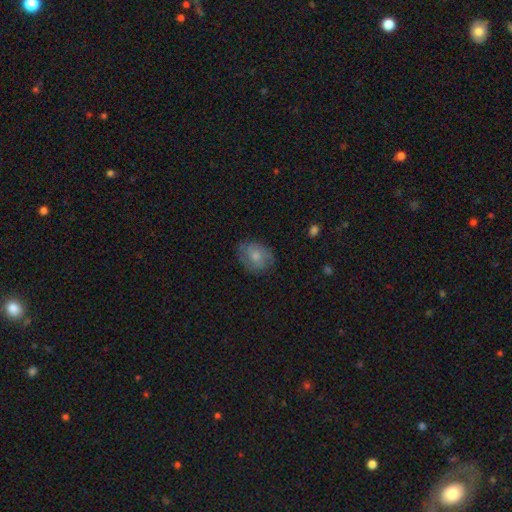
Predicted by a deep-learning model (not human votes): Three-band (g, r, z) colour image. It shows a smooth galaxy with no disk features (57%) that is in between round and cigar-shaped (55%). Merging: none (72%).